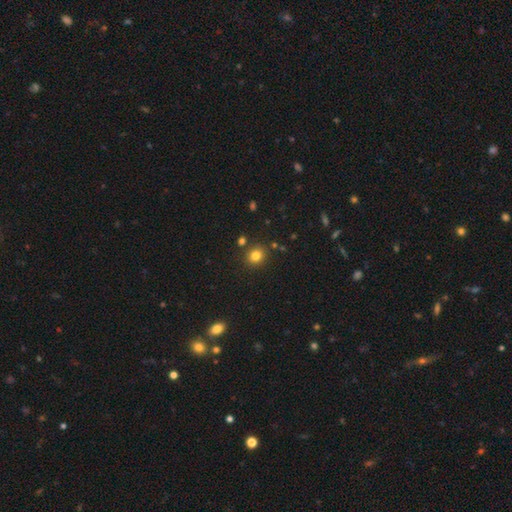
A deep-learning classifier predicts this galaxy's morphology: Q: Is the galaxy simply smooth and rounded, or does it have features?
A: smooth — 81%.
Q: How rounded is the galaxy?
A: round — 80%.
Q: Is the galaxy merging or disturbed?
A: none — 84%.